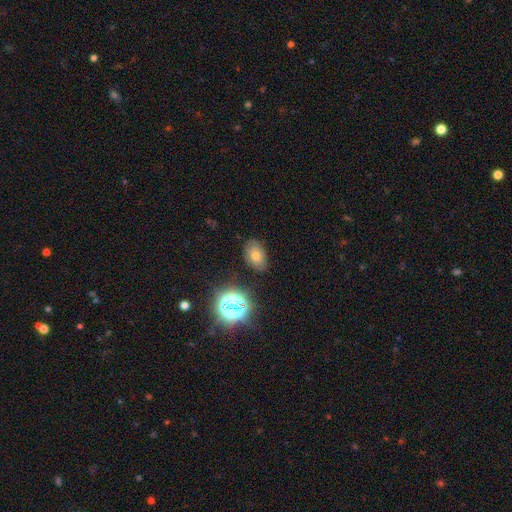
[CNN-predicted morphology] Smooth or featured? Predicted: smooth (p=0.64). How rounded? Predicted: in between (p=0.78). Merging? Predicted: none (p=0.81).